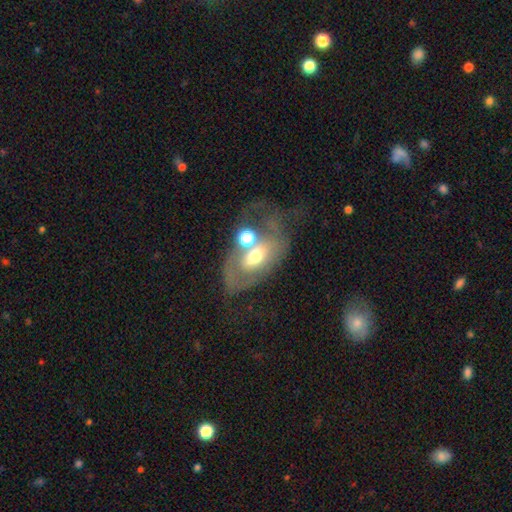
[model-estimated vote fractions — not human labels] Smooth or featured?
  - featured or disk: 54% *
  - smooth: 36%
  - star or artifact: 11%
Edge-on disk?
  - no: 91% *
  - yes: 9%
Merging?
  - none: 30% *
  - major disturbance: 27%
  - merger: 26%
  - minor disturbance: 17%